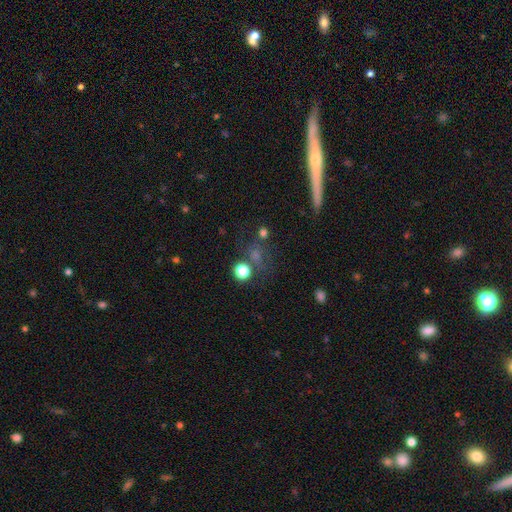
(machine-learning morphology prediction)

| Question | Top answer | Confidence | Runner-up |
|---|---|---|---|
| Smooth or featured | smooth | 49% | star or artifact (29%) |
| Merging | none | 72% | merger (12%) |